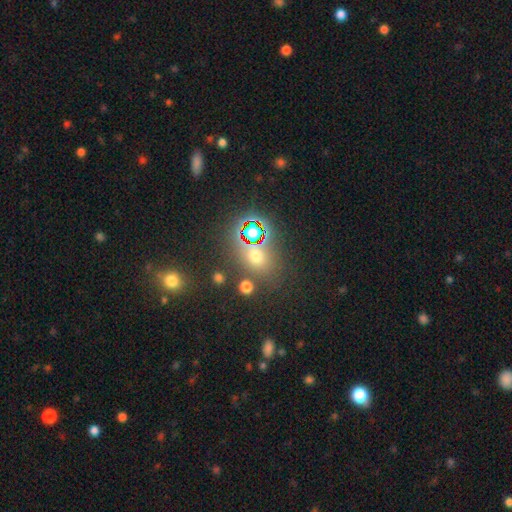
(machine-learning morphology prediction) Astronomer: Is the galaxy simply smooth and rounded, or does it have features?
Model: smooth — 52% (runner-up: star or artifact, 38%).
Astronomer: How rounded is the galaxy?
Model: round — 64%.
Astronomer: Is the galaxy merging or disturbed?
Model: none — 74%.